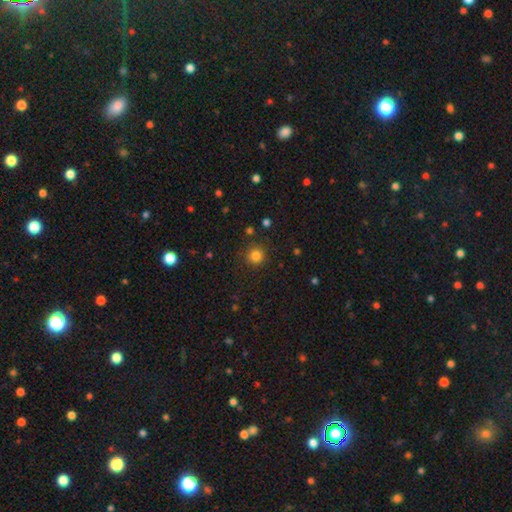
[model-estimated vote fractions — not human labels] Smooth or featured? smooth (83%)
How rounded? round (94%)
Merging? none (88%)